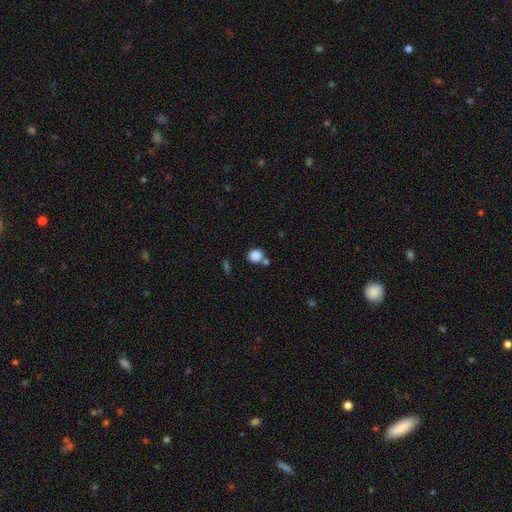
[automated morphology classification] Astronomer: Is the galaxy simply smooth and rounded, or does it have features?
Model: smooth — 85%.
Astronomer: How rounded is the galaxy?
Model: round — 83%.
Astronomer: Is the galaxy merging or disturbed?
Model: none — 68%.